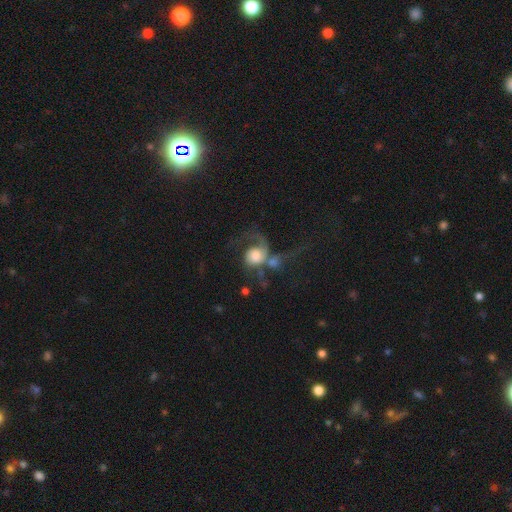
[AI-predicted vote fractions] featured or disk 58%, smooth 33%, star or artifact 8%. Down the decision tree: edge-on disk — no (97%); bar — no (78%); spiral arms — yes (81%); bulge size — large (41%); merging — merger (39%).